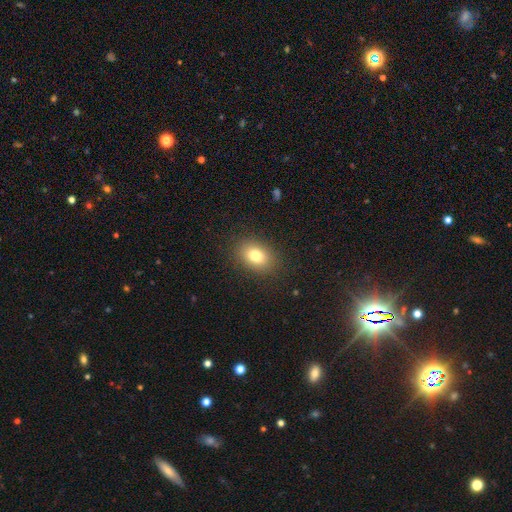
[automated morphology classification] Smooth or featured: smooth — 80% (star or artifact — 11%)
How rounded: in between — 73% (round — 26%)
Merging: none — 87% (minor disturbance — 9%)